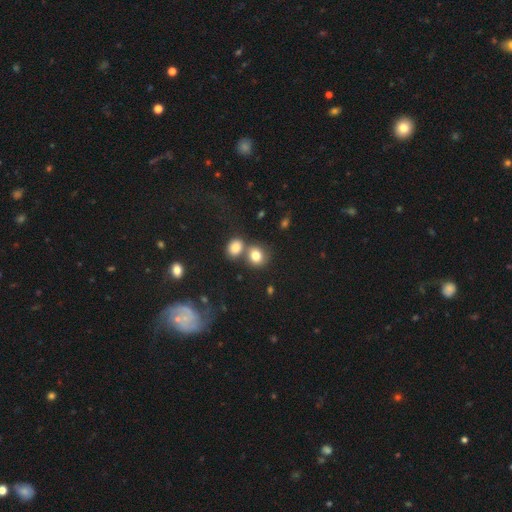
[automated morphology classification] type=smooth (78%); roundness=round (71%); merging=none (48%).